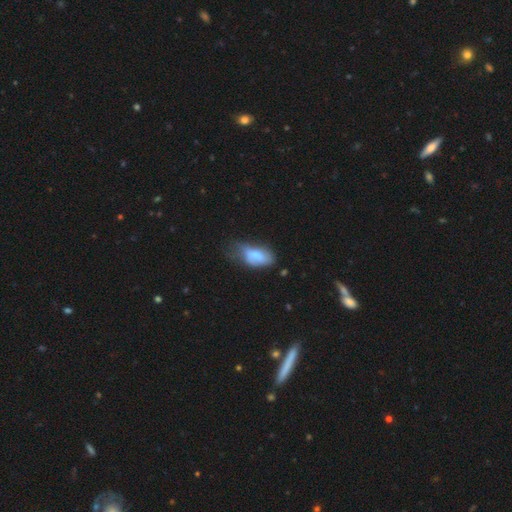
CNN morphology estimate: type=smooth (70%); roundness=in between (90%); merging=minor disturbance (40%).